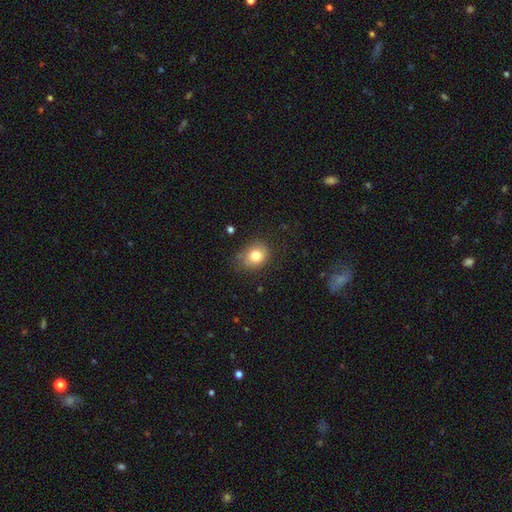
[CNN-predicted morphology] A smooth galaxy with no disk features (80%) that is round (56%). Merging: none (70%).